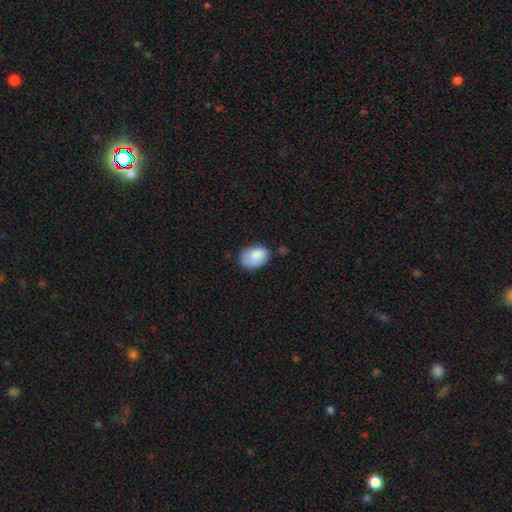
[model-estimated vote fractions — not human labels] smooth-or-featured: smooth: 84% | featured or disk: 9% | star or artifact: 7%
  how-rounded: in between: 81% | round: 18% | cigar-shaped: 1%
  merging: none: 60% | minor disturbance: 29% | major disturbance: 7% | merger: 3%